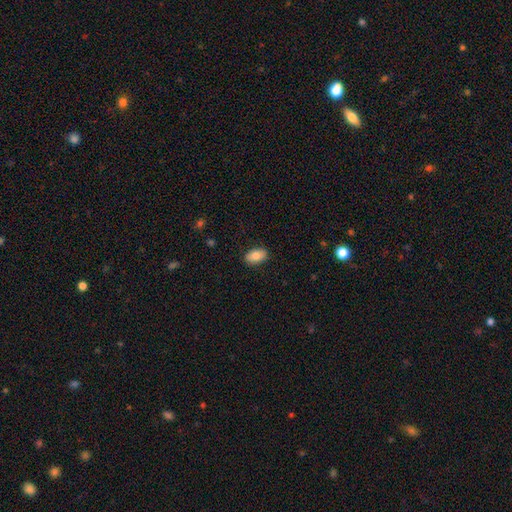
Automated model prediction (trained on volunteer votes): Q: Smooth or featured?
A: smooth (82%); runner-up: featured or disk (11%)
Q: How rounded?
A: in between (91%); runner-up: round (7%)
Q: Merging?
A: none (87%); runner-up: minor disturbance (10%)